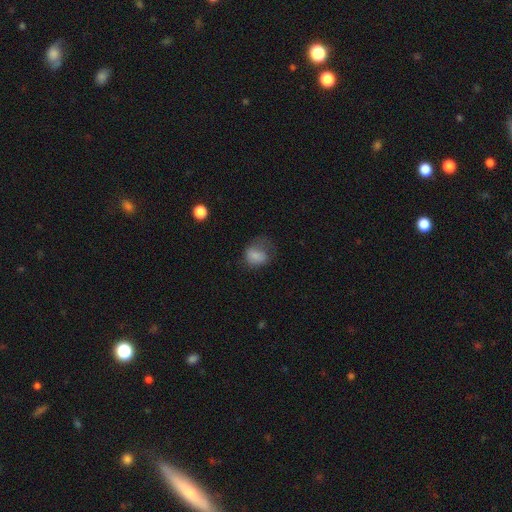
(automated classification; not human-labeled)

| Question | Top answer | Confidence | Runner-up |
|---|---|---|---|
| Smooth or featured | smooth | 76% | featured or disk (14%) |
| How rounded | in between | 53% | round (46%) |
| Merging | major disturbance | 38% | none (31%) |